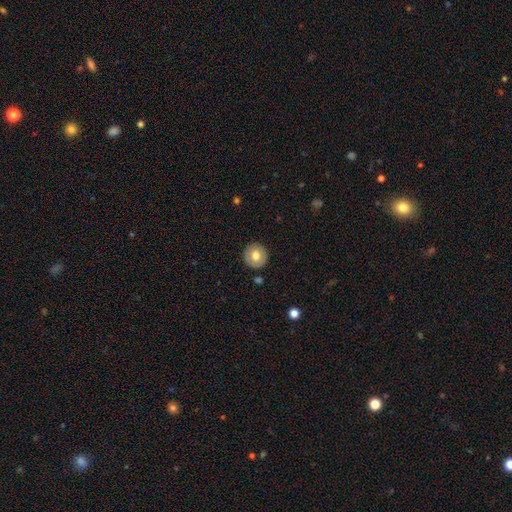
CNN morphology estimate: This is likely a smooth galaxy (74%). How rounded: clearly round (94%). Merging: clearly none (90%).